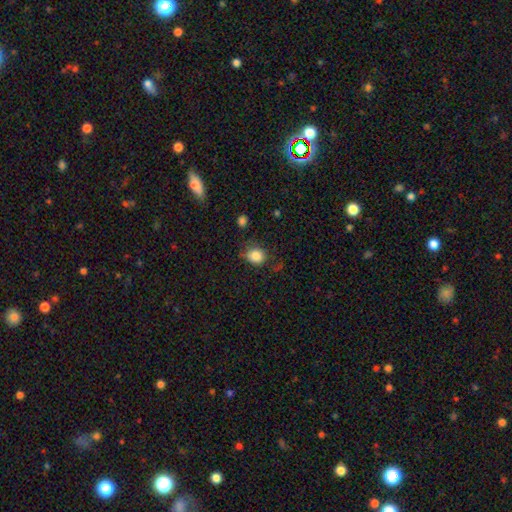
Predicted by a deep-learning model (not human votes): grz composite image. It shows a smooth galaxy with no disk features (85%) that is round (71%). Merging: none (66%).